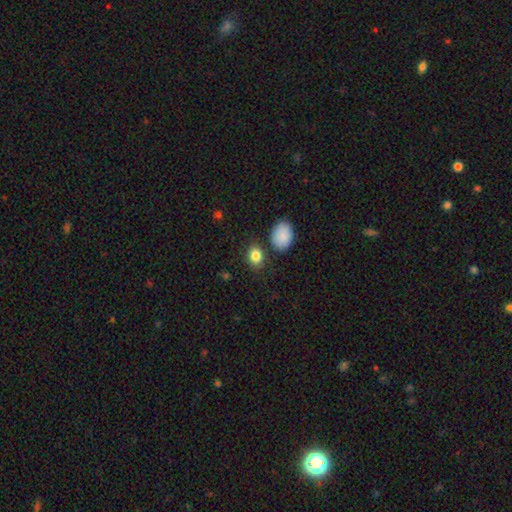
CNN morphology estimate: Q: Smooth or featured?
A: smooth (85%); runner-up: star or artifact (9%)
Q: How rounded?
A: in between (68%); runner-up: round (31%)
Q: Merging?
A: none (77%); runner-up: minor disturbance (12%)